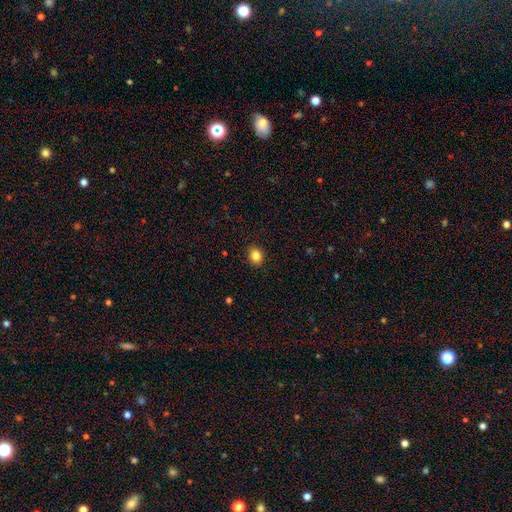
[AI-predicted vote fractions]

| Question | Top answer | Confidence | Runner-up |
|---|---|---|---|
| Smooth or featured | smooth | 84% | star or artifact (11%) |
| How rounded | round | 65% | in between (34%) |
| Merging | none | 91% | minor disturbance (6%) |